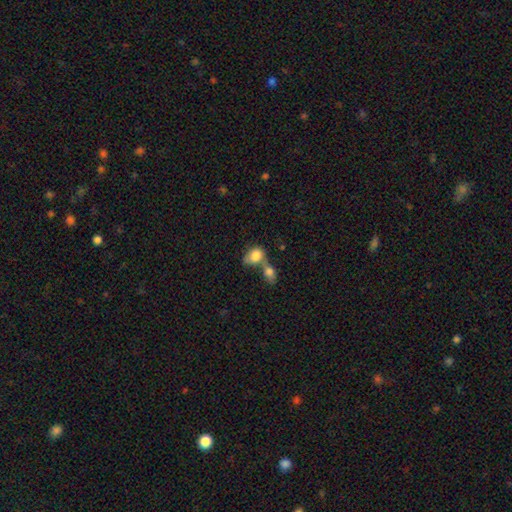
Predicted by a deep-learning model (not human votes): Overall: smooth (81%). How rounded: in between (72%). Merging: merger (64%).